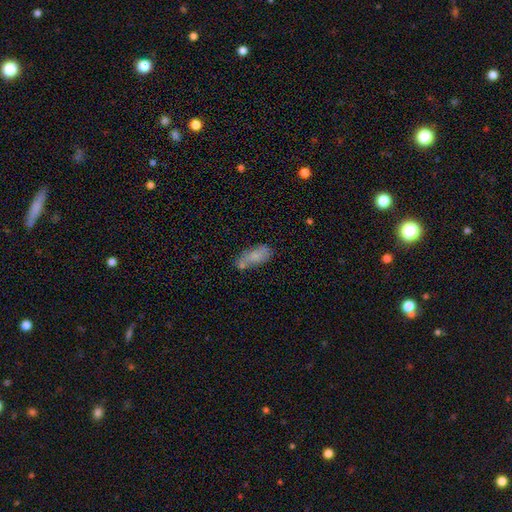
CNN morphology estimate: Q: Smooth or featured?
A: smooth (74%); runner-up: featured or disk (18%)
Q: How rounded?
A: in between (85%); runner-up: cigar-shaped (12%)
Q: Merging?
A: none (45%); runner-up: merger (24%)